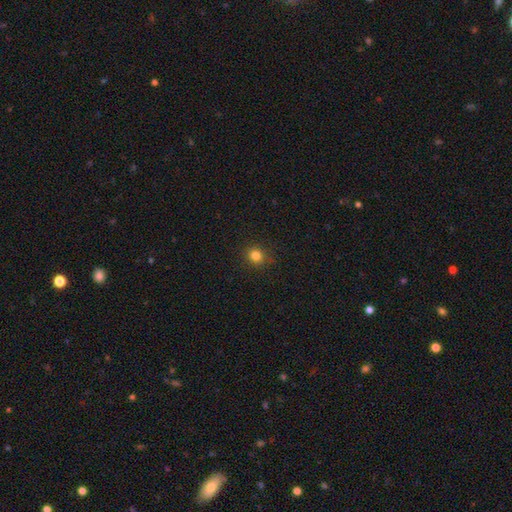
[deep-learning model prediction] smooth 82%, star or artifact 13%, featured or disk 5%. Down the decision tree: how rounded — round (84%); merging — none (90%).